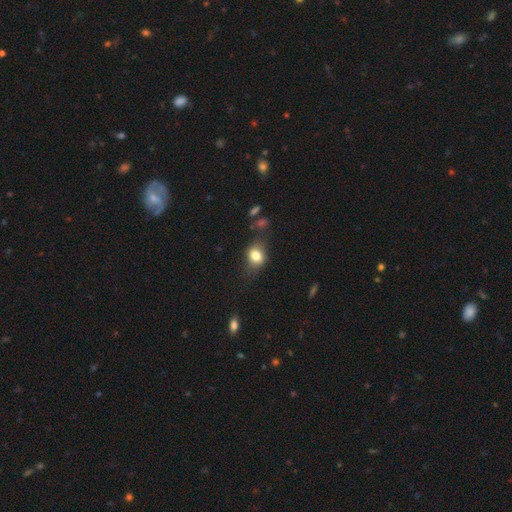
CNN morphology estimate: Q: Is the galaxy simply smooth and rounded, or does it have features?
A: smooth — 77%.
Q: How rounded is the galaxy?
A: in between — 61%.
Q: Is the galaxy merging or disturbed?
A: none — 63%.